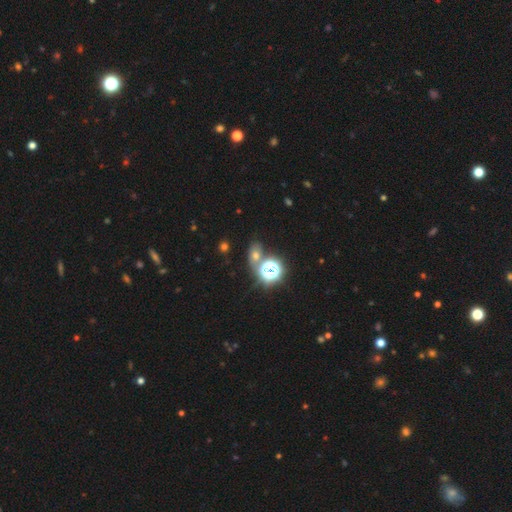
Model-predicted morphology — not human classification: A smooth galaxy with no disk features (50%) that is in between round and cigar-shaped (50%). Merging: none (70%).